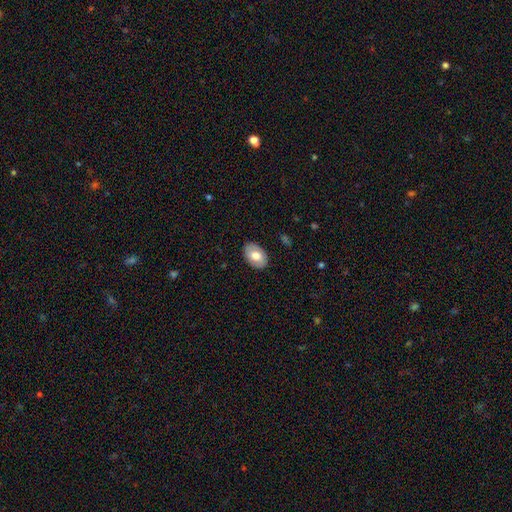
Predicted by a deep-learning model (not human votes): This appears to be a smooth galaxy with no disk features (71%) that is in between round and cigar-shaped (88%). Merging: none (86%).